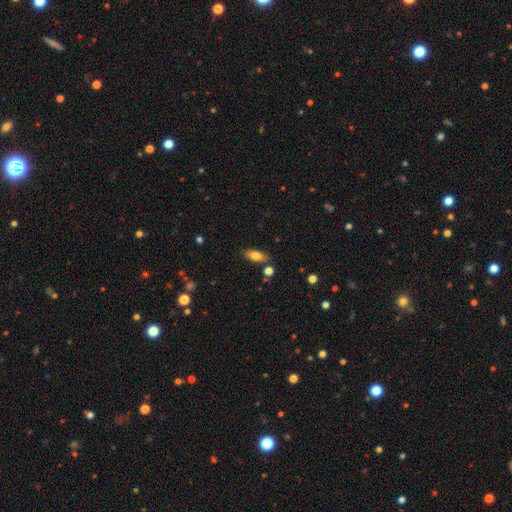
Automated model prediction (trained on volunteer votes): Smooth or featured?
  - smooth: 77% *
  - featured or disk: 15%
  - star or artifact: 8%
How rounded?
  - in between: 78% *
  - cigar-shaped: 18%
  - round: 4%
Merging?
  - none: 79% *
  - minor disturbance: 12%
  - merger: 5%
  - major disturbance: 3%